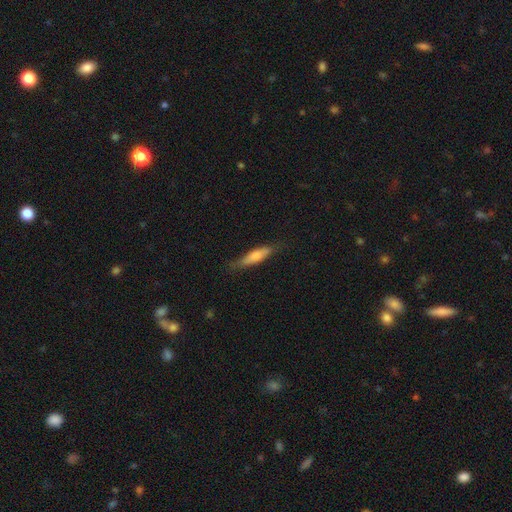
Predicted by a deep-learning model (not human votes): smooth-or-featured: smooth: 56% | featured or disk: 37% | star or artifact: 7%
  how-rounded: cigar-shaped: 82% | in between: 16% | round: 2%
  merging: none: 79% | minor disturbance: 17% | major disturbance: 3% | merger: 1%